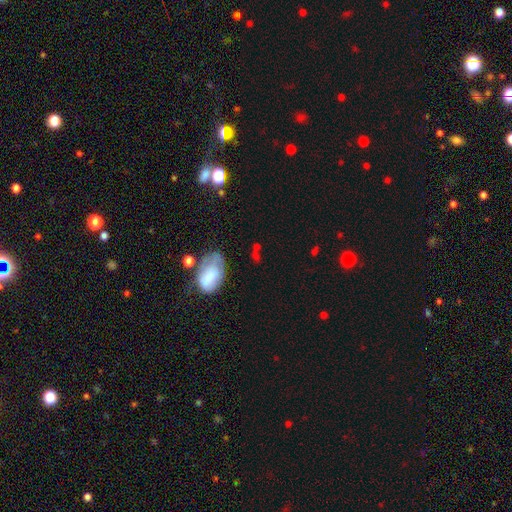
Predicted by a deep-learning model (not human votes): A smooth galaxy with no disk features (58%) that is in between round and cigar-shaped (71%).

Vote fractions:
- Smooth or featured? smooth: 58% / featured or disk: 25% / star or artifact: 17%
- How rounded? in between: 71% / round: 22% / cigar-shaped: 7%
- Merging? none: 51% / minor disturbance: 23% / major disturbance: 16% / merger: 10%